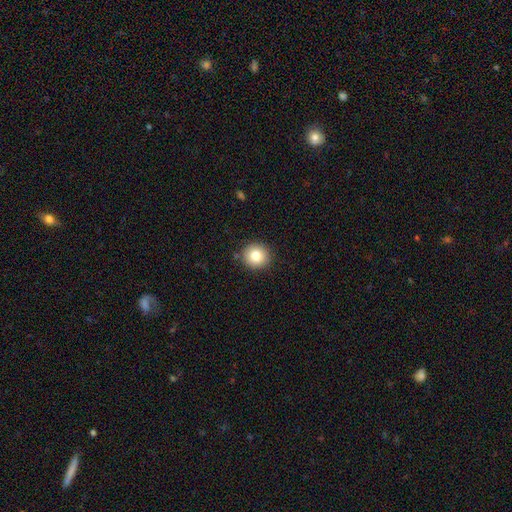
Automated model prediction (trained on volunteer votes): smooth-or-featured: smooth: 81% | star or artifact: 11% | featured or disk: 9%
  how-rounded: round: 92% | in between: 7% | cigar-shaped: 1%
  merging: none: 89% | minor disturbance: 7% | major disturbance: 2% | merger: 2%